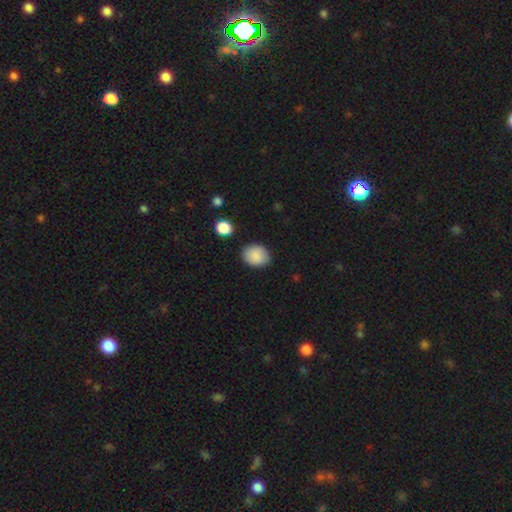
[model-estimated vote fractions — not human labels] This is clearly a smooth galaxy (88%). How rounded: possibly in between (55%). Merging: clearly none (81%).